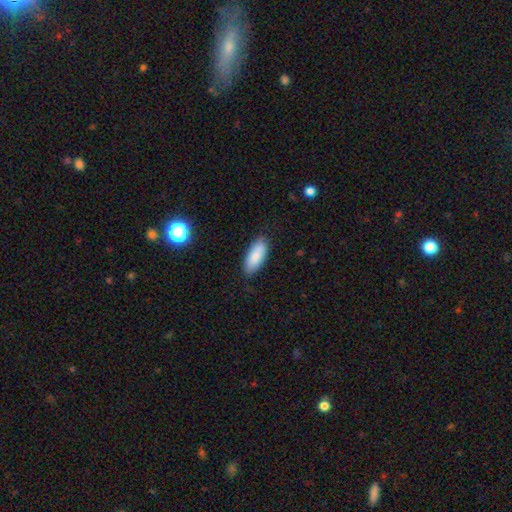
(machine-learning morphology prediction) Smooth or featured? smooth (86%)
How rounded? in between (82%)
Merging? none (84%)